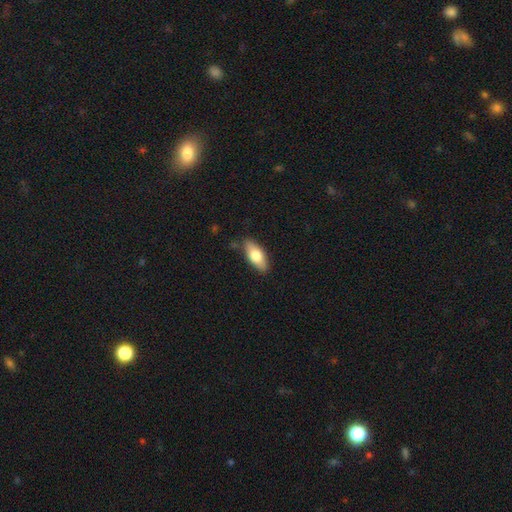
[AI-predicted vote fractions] Overall: smooth (72%). How rounded: in between (80%). Merging: none (84%).